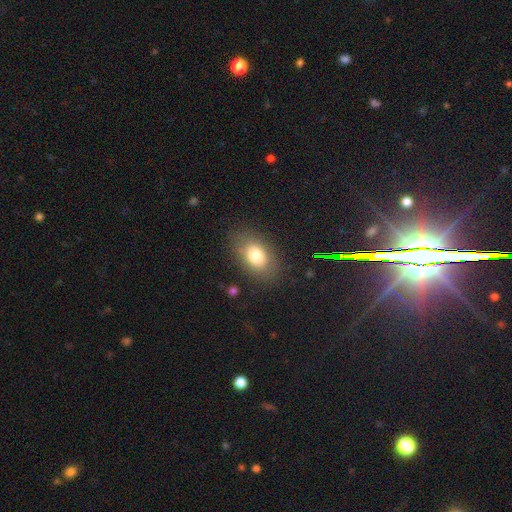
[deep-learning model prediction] Overall: smooth (75%). How rounded: in between (80%). Merging: none (80%).